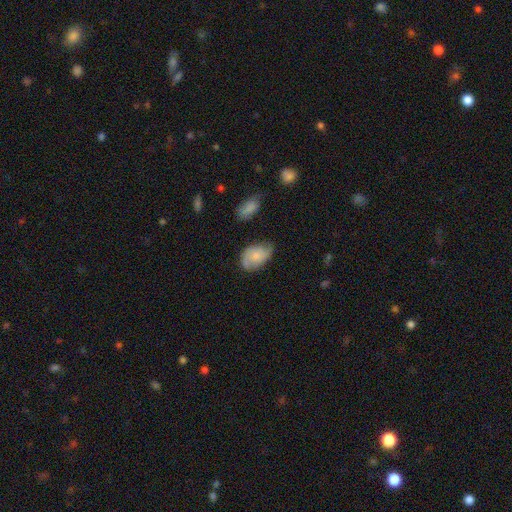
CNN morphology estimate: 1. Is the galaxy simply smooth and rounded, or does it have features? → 70% smooth, 23% featured or disk, 7% star or artifact.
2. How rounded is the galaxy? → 87% in between, 12% round, 1% cigar-shaped.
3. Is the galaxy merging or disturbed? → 55% none, 33% minor disturbance, 8% major disturbance, 4% merger.